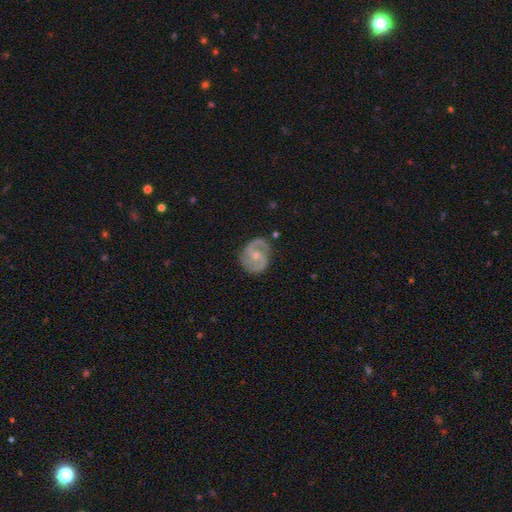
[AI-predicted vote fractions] Smooth or featured?
  - featured or disk: 84% *
  - smooth: 11%
  - star or artifact: 5%
Edge-on disk?
  - no: 98% *
  - yes: 2%
Bar?
  - no: 57% *
  - weak: 34%
  - strong: 9%
Spiral arms?
  - yes: 95% *
  - no: 5%
Spiral winding?
  - medium: 51% *
  - tight: 34%
  - loose: 15%
Spiral arm count?
  - 2: 84% *
  - can't tell: 6%
  - 3: 5%
  - 1: 2%
  - 4: 1%
  - more than 4: 1%
Bulge size?
  - small: 50% *
  - moderate: 46%
  - none: 2%
  - large: 1%
  - dominant: 1%
Merging?
  - none: 75% *
  - minor disturbance: 18%
  - major disturbance: 6%
  - merger: 2%